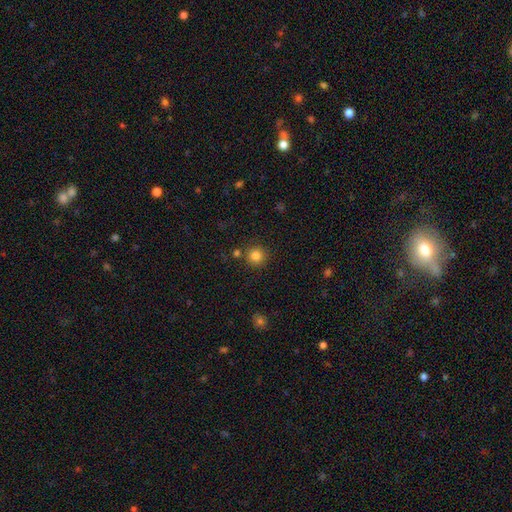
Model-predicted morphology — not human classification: A smooth galaxy with no disk features (83%) that is round (94%).

Vote fractions:
- Smooth or featured? smooth: 83% / star or artifact: 12% / featured or disk: 5%
- How rounded? round: 94% / in between: 5% / cigar-shaped: 1%
- Merging? none: 83% / merger: 7% / minor disturbance: 7% / major disturbance: 3%